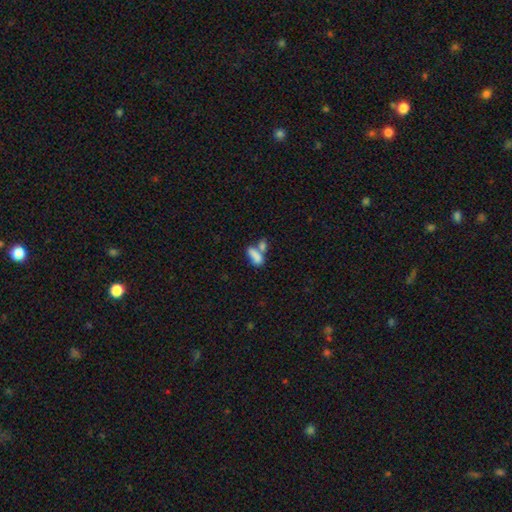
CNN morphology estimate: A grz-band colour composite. It shows a smooth galaxy with no disk features (76%) that is in between round and cigar-shaped (72%). Merging: merger (56%).